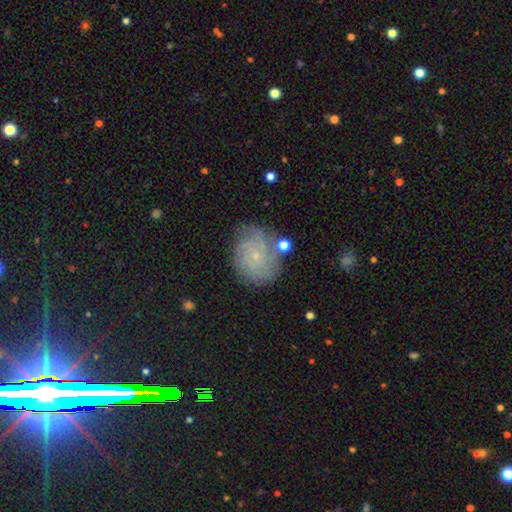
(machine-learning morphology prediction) A featured or disk galaxy (58%) with no bar (82%), spiral arms (86%) and a small central bulge (84%). Merging: none (67%).